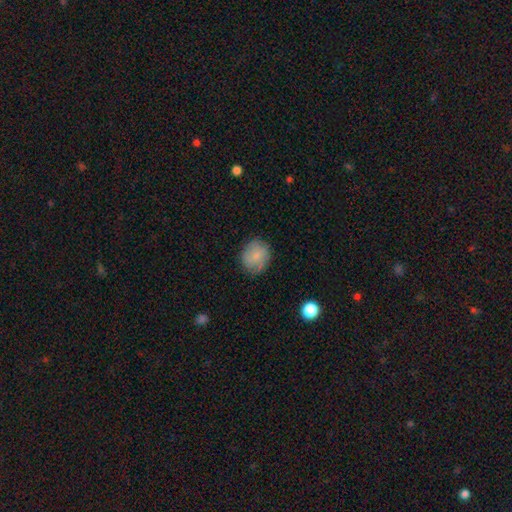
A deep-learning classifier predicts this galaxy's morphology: Overall: smooth (76%). How rounded: round (78%). Merging: none (79%).